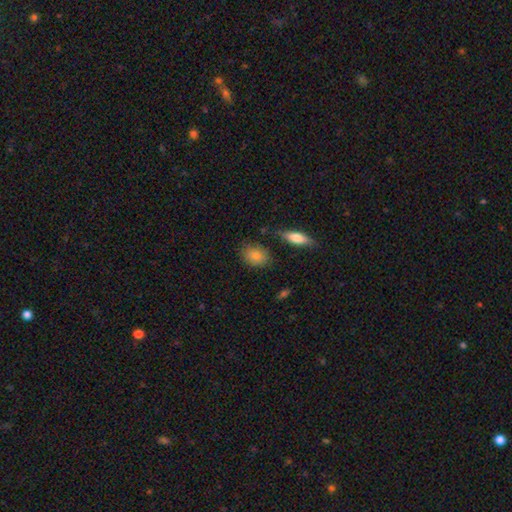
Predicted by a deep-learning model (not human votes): Smooth or featured? smooth (85%)
How rounded? in between (68%)
Merging? none (77%)